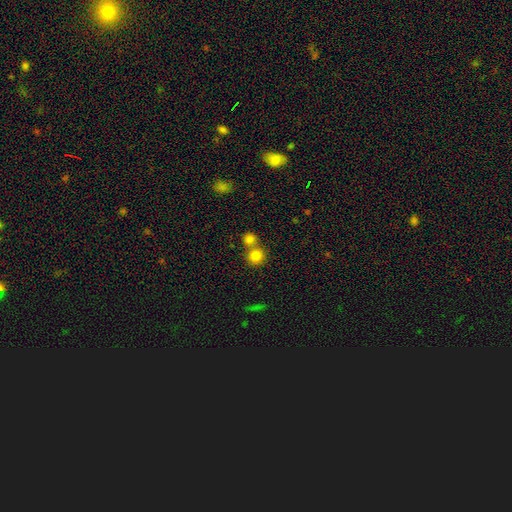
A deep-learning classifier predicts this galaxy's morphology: Smooth or featured? smooth (81%)
How rounded? round (90%)
Merging? none (53%)